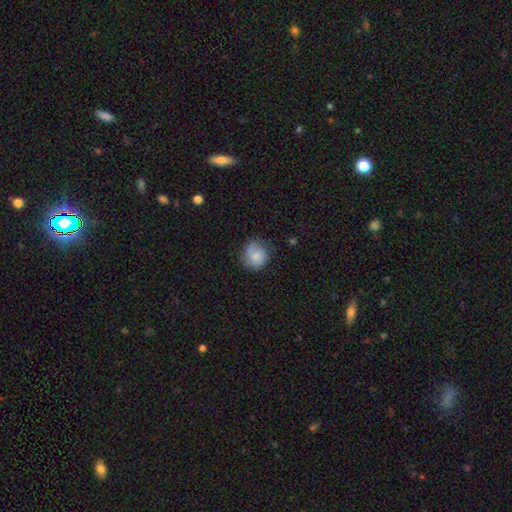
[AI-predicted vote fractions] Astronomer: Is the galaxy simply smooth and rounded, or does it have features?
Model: smooth — 77%.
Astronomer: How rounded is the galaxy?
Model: round — 81%.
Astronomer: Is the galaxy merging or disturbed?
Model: none — 61%.